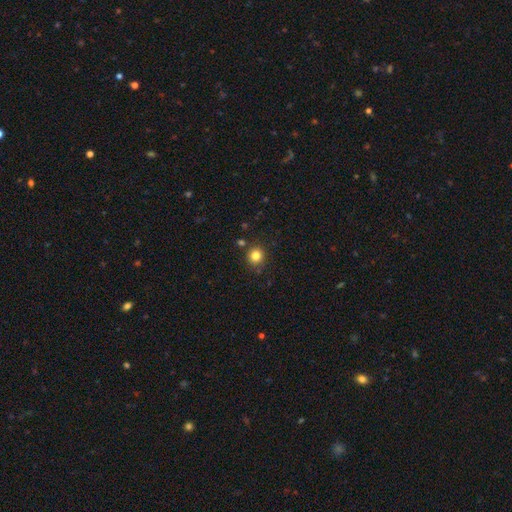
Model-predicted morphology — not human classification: smooth 82%, star or artifact 12%, featured or disk 6%. Down the decision tree: how rounded — round (89%); merging — none (85%).